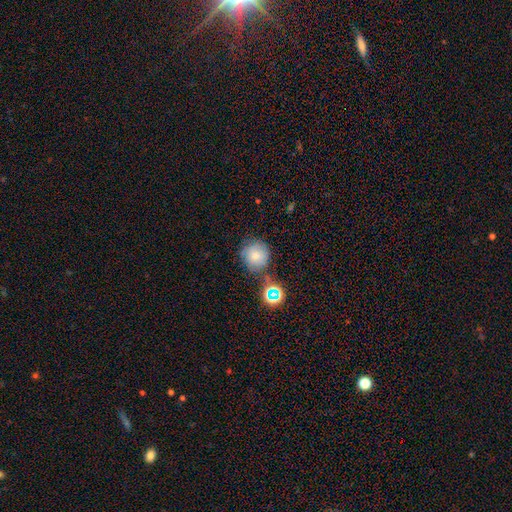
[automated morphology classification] type=smooth (73%); roundness=round (92%); merging=none (66%).